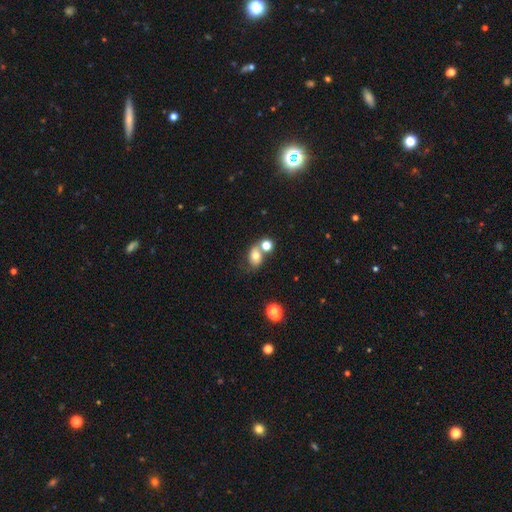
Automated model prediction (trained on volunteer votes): Smooth or featured? Predicted: smooth (p=0.68). How rounded? Predicted: in between (p=0.65). Merging? Predicted: none (p=0.45).